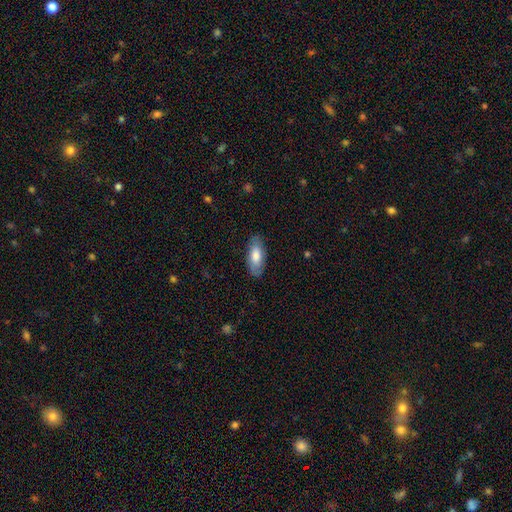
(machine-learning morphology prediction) type=smooth (70%); roundness=in between (80%); merging=none (82%).